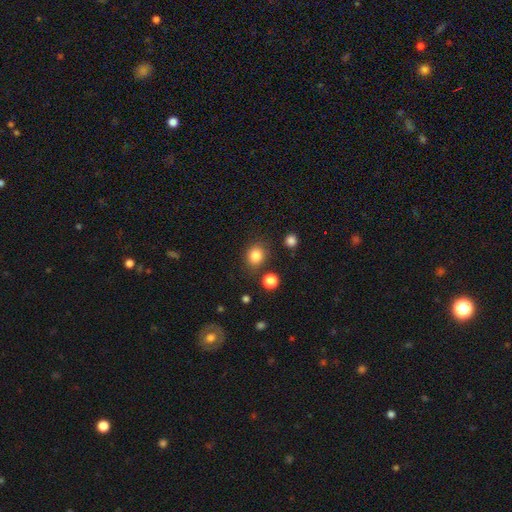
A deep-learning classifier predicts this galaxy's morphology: Overall: smooth (84%). How rounded: round (72%). Merging: none (81%).